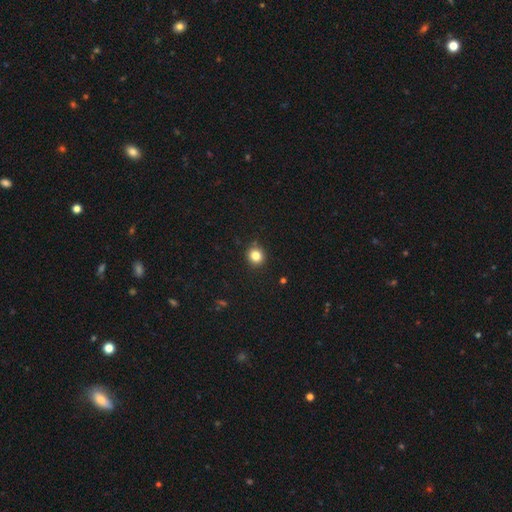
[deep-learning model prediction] Overall: smooth (83%). How rounded: round (88%). Merging: none (90%).